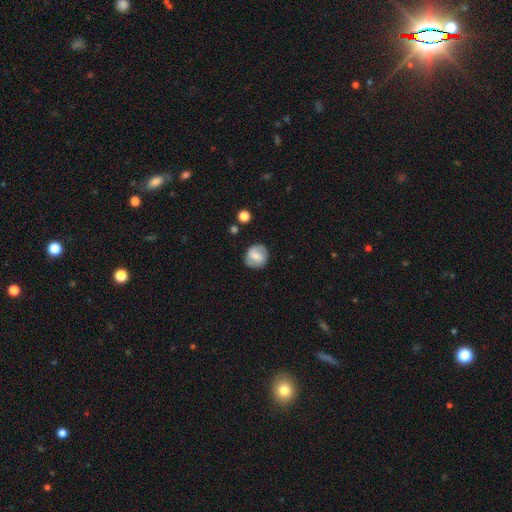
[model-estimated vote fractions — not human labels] smooth_or_featured: smooth (p=0.53) [alt: featured or disk p=0.39]
how_rounded: round (p=0.83) [alt: in between p=0.16]
merging: none (p=0.82) [alt: minor disturbance p=0.13]